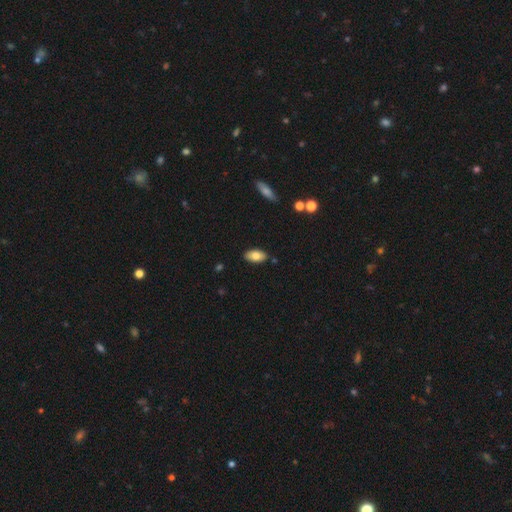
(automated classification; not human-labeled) This is likely a smooth galaxy (79%). How rounded: clearly in between (94%). Merging: clearly none (86%).